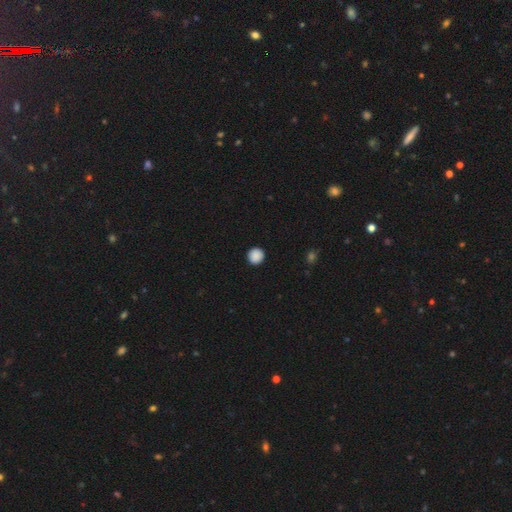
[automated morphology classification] This is clearly a smooth galaxy (89%). How rounded: clearly round (93%). Merging: clearly none (92%).